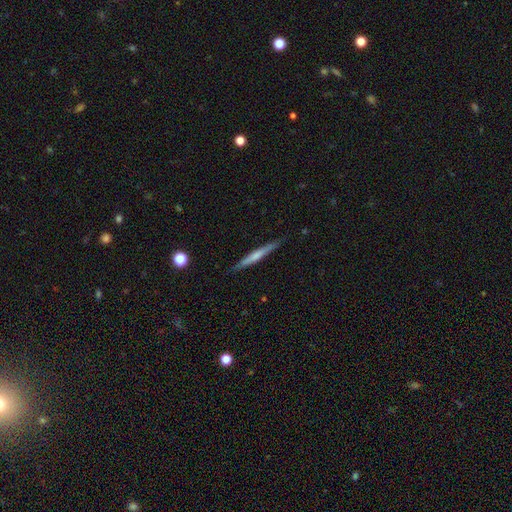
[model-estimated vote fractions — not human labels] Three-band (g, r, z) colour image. It shows a featured or disk galaxy (49%). Merging: none (88%).